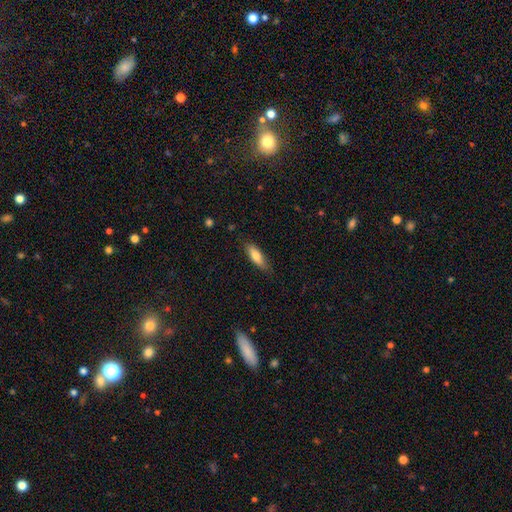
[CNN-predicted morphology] smooth_or_featured: smooth (p=0.77) [alt: featured or disk p=0.17]
how_rounded: in between (p=0.59) [alt: cigar-shaped p=0.39]
merging: none (p=0.80) [alt: minor disturbance p=0.16]